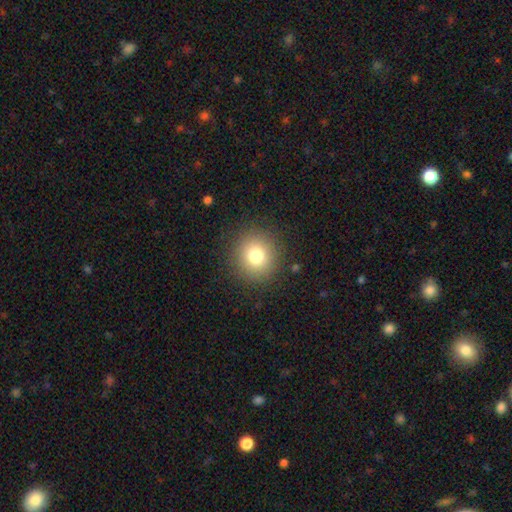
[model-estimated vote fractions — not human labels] Q: Smooth or featured?
A: smooth (78%); runner-up: star or artifact (12%)
Q: How rounded?
A: round (92%); runner-up: in between (7%)
Q: Merging?
A: none (89%); runner-up: minor disturbance (7%)